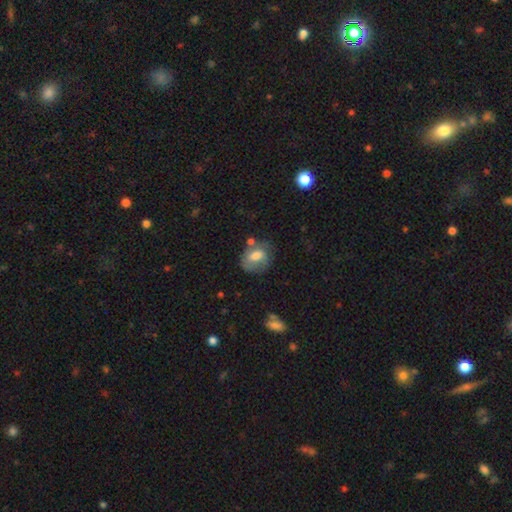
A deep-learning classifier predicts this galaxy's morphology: Overall: smooth (59%; featured or disk 33%). How rounded: in between (53%; round 46%). Merging: none (50%; minor disturbance 27%).